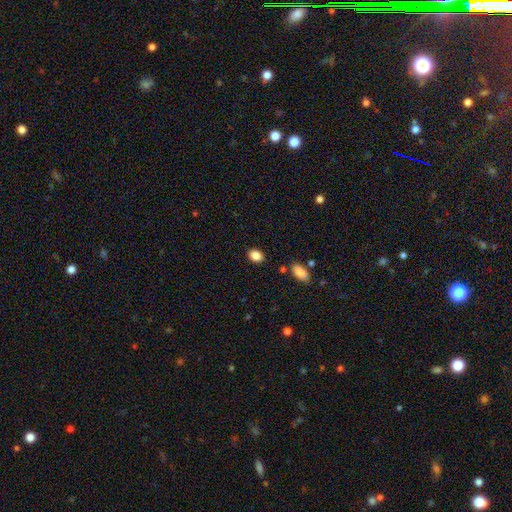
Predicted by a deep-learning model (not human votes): The model was most divided on "how rounded": in between: 70%, round: 29%, cigar-shaped: 1%. More confident: smooth or featured — smooth (87%); merging — none (86%).